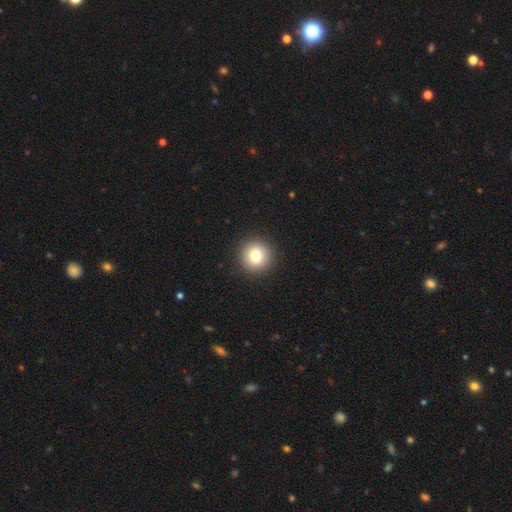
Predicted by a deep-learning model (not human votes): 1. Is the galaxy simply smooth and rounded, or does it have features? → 80% smooth, 11% star or artifact, 10% featured or disk.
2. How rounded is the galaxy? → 95% round, 4% in between, 1% cigar-shaped.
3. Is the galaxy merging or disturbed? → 93% none, 5% minor disturbance, 2% major disturbance, 1% merger.